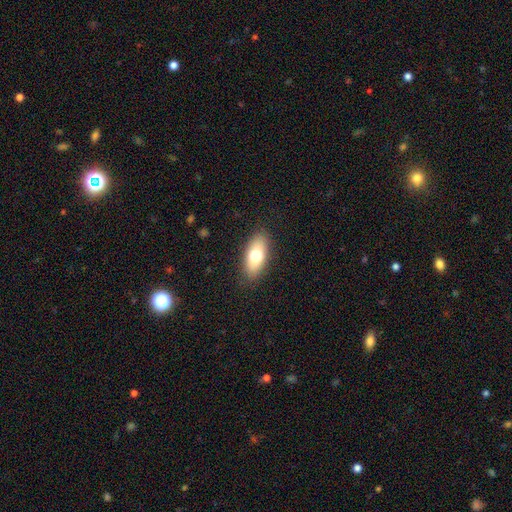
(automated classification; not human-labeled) smooth-or-featured: smooth: 70% | featured or disk: 22% | star or artifact: 7%
  how-rounded: in between: 84% | cigar-shaped: 11% | round: 5%
  merging: none: 87% | minor disturbance: 10% | major disturbance: 3% | merger: 1%